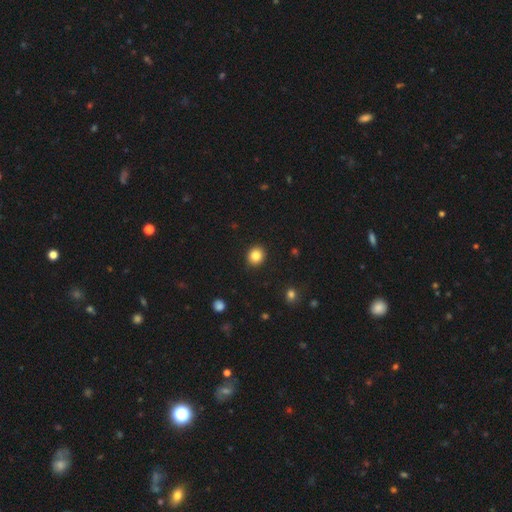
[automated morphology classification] Smooth or featured? smooth (84%)
How rounded? round (76%)
Merging? none (91%)